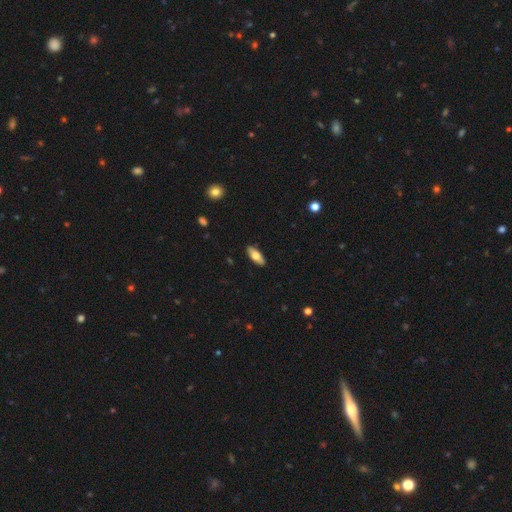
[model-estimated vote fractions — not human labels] Q: Smooth or featured?
A: smooth (70%); runner-up: featured or disk (24%)
Q: How rounded?
A: in between (77%); runner-up: cigar-shaped (21%)
Q: Merging?
A: none (89%); runner-up: minor disturbance (8%)